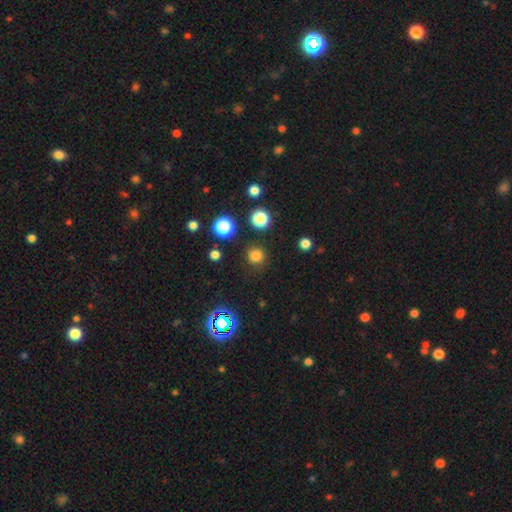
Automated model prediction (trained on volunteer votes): Smooth or featured?
  - smooth: 77% *
  - star or artifact: 19%
  - featured or disk: 4%
How rounded?
  - round: 94% *
  - in between: 5%
  - cigar-shaped: 1%
Merging?
  - none: 89% *
  - minor disturbance: 7%
  - major disturbance: 3%
  - merger: 2%